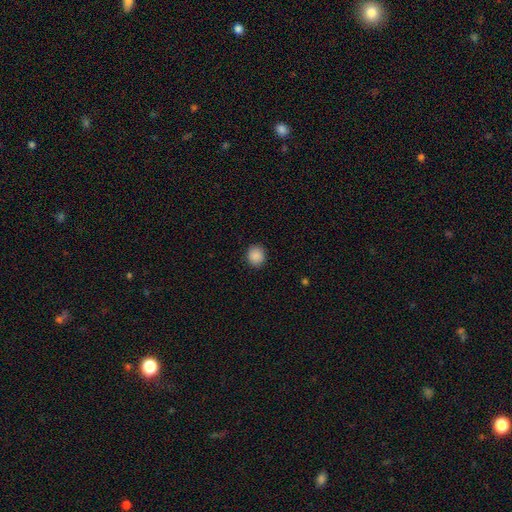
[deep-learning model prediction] smooth-or-featured: smooth: 89% | star or artifact: 9% | featured or disk: 2%
  how-rounded: round: 84% | in between: 15% | cigar-shaped: 1%
  merging: none: 90% | minor disturbance: 7% | major disturbance: 2% | merger: 1%